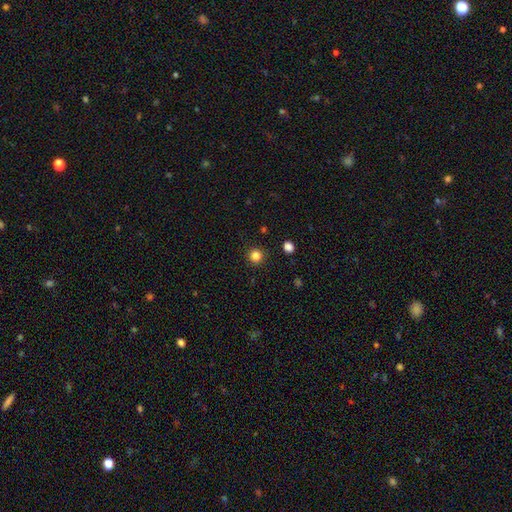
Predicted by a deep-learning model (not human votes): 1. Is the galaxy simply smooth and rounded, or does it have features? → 84% smooth, 12% star or artifact, 4% featured or disk.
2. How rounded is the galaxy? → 95% round, 4% in between, 1% cigar-shaped.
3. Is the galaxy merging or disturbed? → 92% none, 5% minor disturbance, 2% major disturbance, 1% merger.